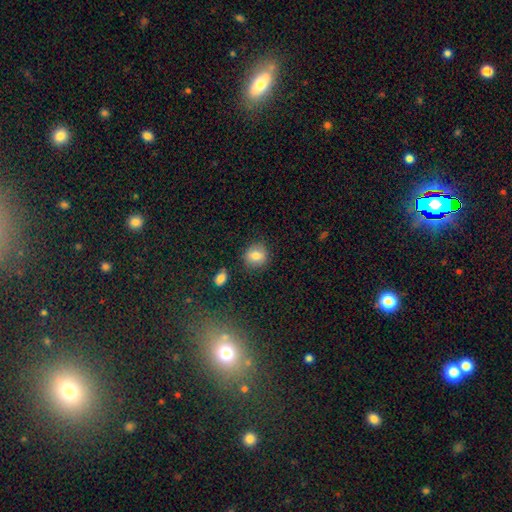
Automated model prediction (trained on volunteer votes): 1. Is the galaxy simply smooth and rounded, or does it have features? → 80% smooth, 10% star or artifact, 9% featured or disk.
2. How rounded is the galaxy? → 77% round, 22% in between, 1% cigar-shaped.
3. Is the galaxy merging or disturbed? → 83% none, 11% minor disturbance, 3% major disturbance, 3% merger.